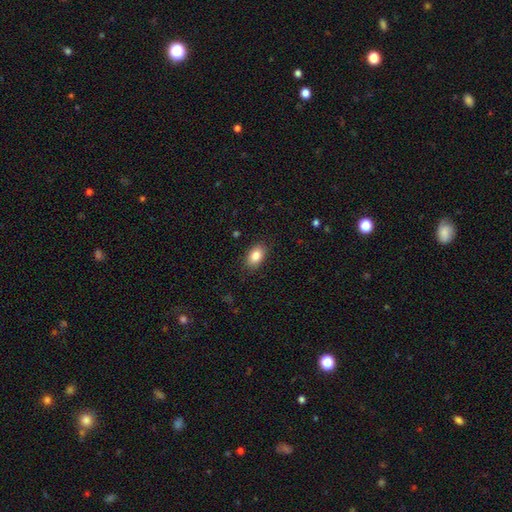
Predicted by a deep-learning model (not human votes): This appears to be a smooth galaxy with no disk features (84%) that is in between round and cigar-shaped (88%). Merging: none (86%).